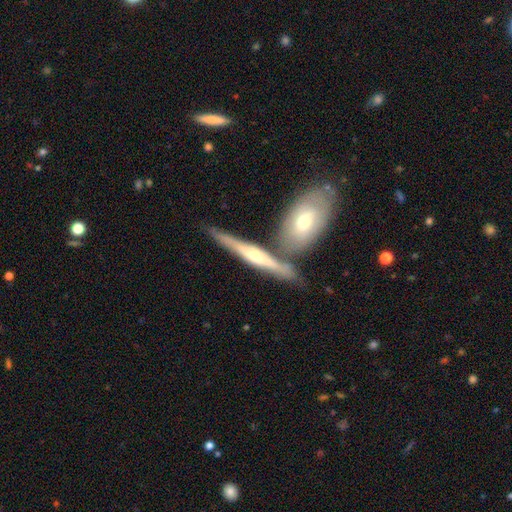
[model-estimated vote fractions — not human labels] smooth-or-featured: featured or disk: 68% | smooth: 27% | star or artifact: 6%
  disk-edge-on: yes: 93% | no: 7%
    edge-on-bulge: rounded: 84% | boxy: 8% | none: 8%
  merging: none: 64% | merger: 21% | minor disturbance: 12% | major disturbance: 3%